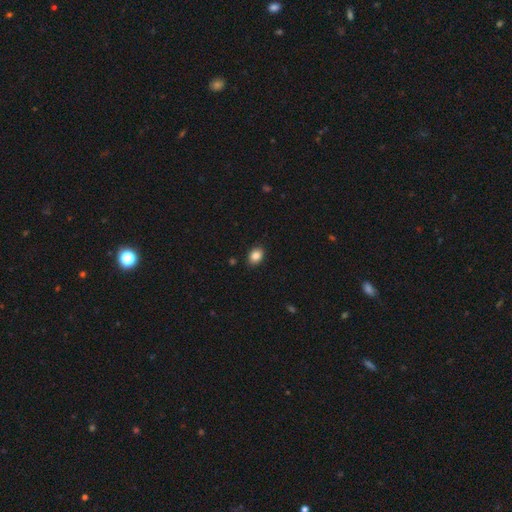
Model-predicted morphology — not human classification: Overall: smooth (86%). How rounded: in between (69%; round 30%). Merging: none (88%).